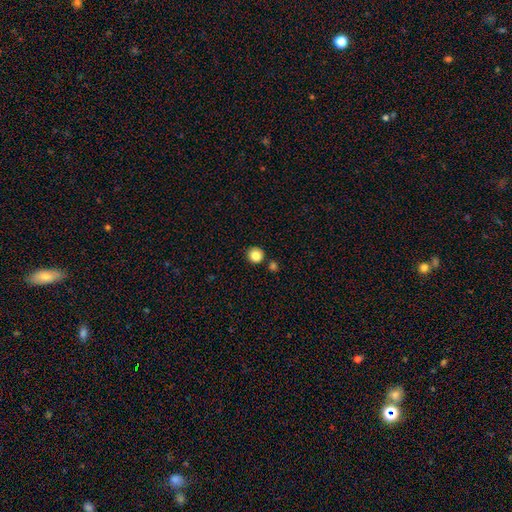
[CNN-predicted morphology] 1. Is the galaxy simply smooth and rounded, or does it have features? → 86% smooth, 10% star or artifact, 4% featured or disk.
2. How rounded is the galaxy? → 95% round, 4% in between, 1% cigar-shaped.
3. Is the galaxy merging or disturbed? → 84% none, 7% merger, 7% minor disturbance, 2% major disturbance.